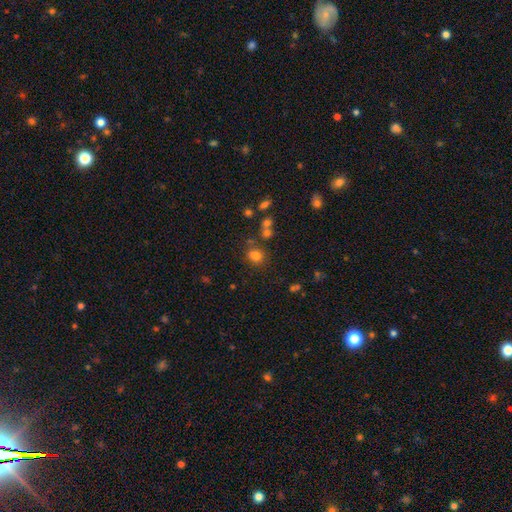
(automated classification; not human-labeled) Morphology: type=smooth (72%); roundness=round (71%); merging=none (68%).